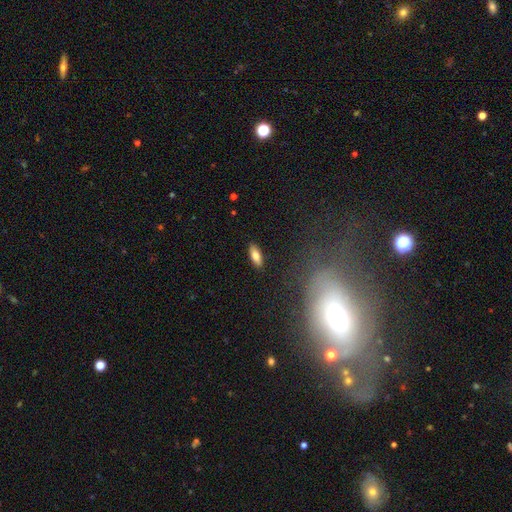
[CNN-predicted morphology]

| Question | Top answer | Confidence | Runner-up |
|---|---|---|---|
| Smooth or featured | smooth | 76% | featured or disk (16%) |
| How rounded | in between | 71% | cigar-shaped (26%) |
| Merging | none | 89% | minor disturbance (8%) |